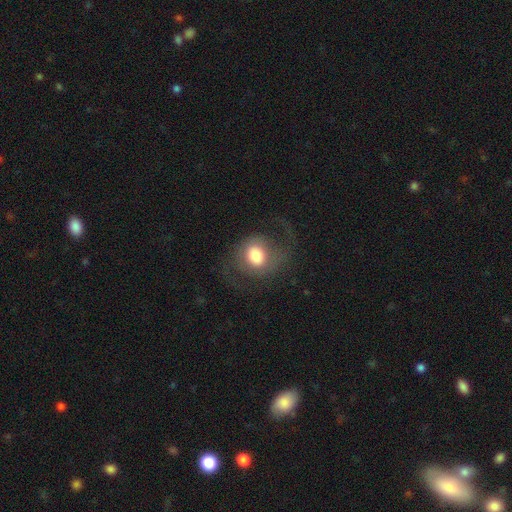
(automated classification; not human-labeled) smooth 51%, featured or disk 40%, star or artifact 8%. Down the decision tree: how rounded — round (69%); merging — none (54%).